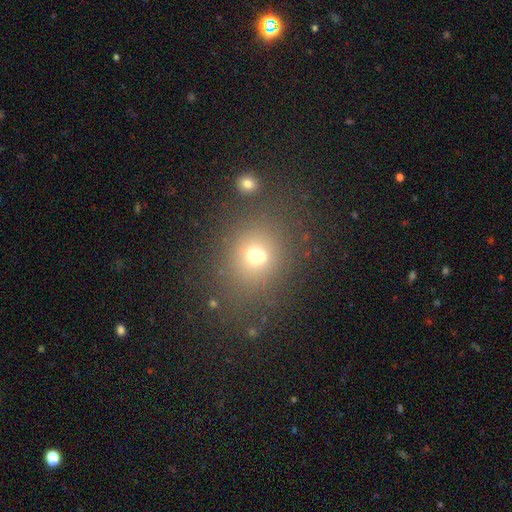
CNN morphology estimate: Overall: smooth (64%). How rounded: round (73%). Merging: none (55%; merger 28%).